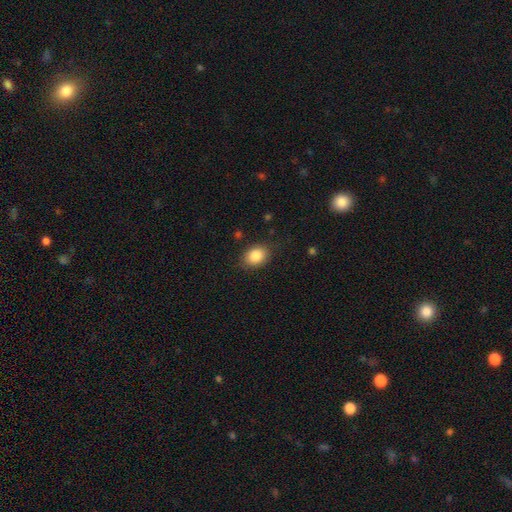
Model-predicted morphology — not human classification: type=smooth (85%); roundness=in between (59%); merging=none (82%).